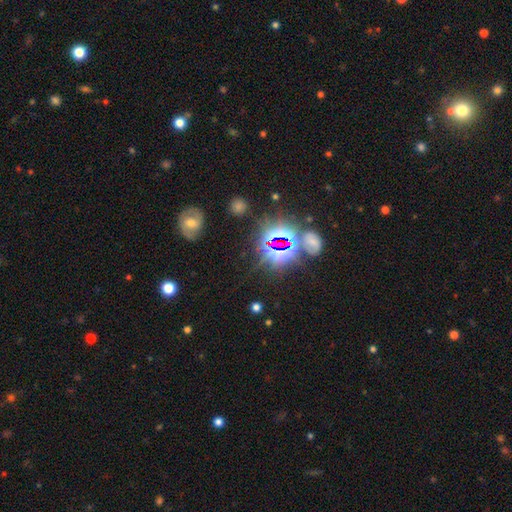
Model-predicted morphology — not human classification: type=star or artifact (78%).